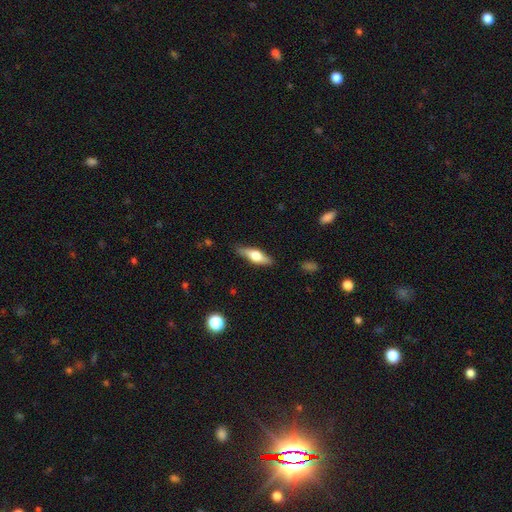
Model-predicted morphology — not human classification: Smooth or featured: featured or disk — 52% (smooth — 41%)
Edge-on disk: yes — 92% (no — 8%)
Merging: none — 86% (minor disturbance — 11%)